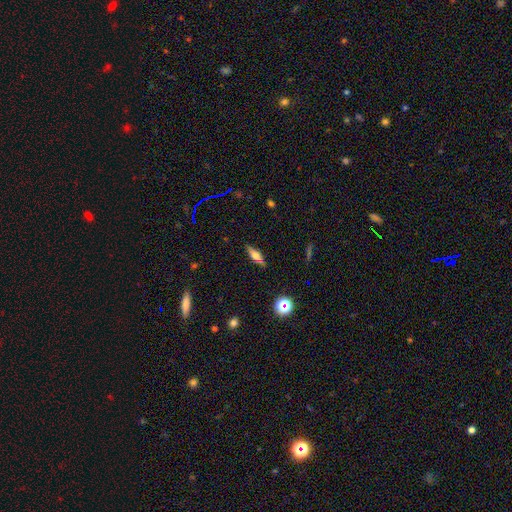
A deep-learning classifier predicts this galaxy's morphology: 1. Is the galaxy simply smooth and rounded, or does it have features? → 47% featured or disk, 43% smooth, 10% star or artifact.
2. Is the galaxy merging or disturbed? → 86% none, 10% minor disturbance, 2% major disturbance, 1% merger.